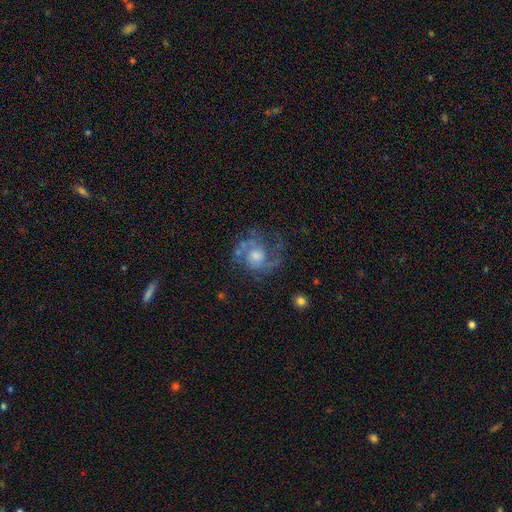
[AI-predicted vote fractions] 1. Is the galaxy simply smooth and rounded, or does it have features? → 78% featured or disk, 14% smooth, 9% star or artifact.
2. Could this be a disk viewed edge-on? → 98% no, 2% yes.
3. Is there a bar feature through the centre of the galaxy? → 71% no, 25% weak, 4% strong.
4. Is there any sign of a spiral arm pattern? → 90% yes, 10% no.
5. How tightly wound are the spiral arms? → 51% medium, 27% tight, 22% loose.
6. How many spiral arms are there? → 63% 2, 15% can't tell, 9% 3, 7% 1, 3% 4, 3% more than 4.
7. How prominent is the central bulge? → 51% moderate, 25% small, 16% large, 6% none, 2% dominant.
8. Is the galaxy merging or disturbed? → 61% none, 18% major disturbance, 18% minor disturbance, 3% merger.